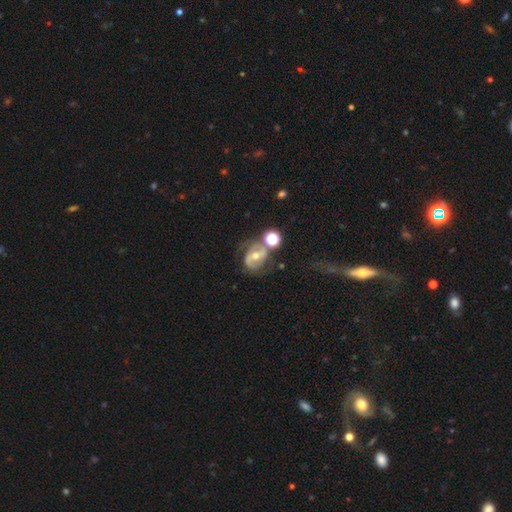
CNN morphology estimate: featured or disk 73%, smooth 18%, star or artifact 9%. Down the decision tree: edge-on disk — no (97%); bar — weak (36%); spiral arms — yes (80%); spiral arm count — 2 (79%); spiral winding — medium (46%); bulge size — moderate (66%); merging — none (55%).